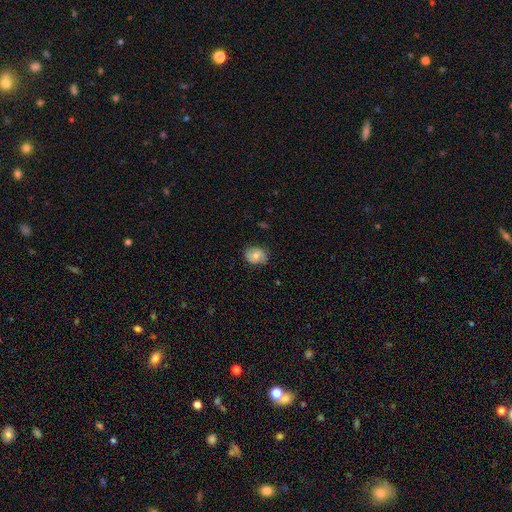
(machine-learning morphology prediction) Q: Smooth or featured?
A: smooth (67%); runner-up: featured or disk (25%)
Q: How rounded?
A: in between (53%); runner-up: round (46%)
Q: Merging?
A: none (72%); runner-up: minor disturbance (22%)